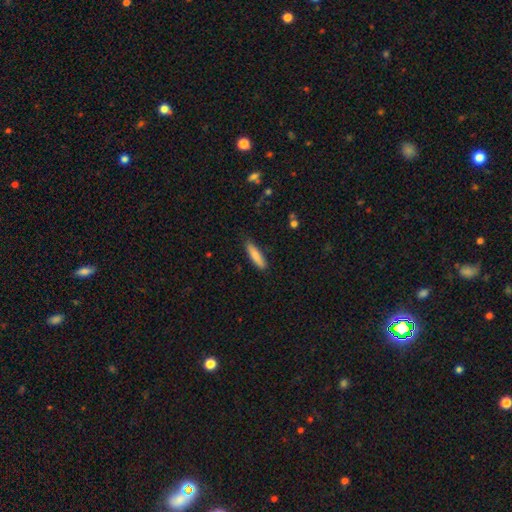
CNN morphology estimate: A smooth galaxy with no disk features (85%) that is cigar-shaped (75%). Merging: none (86%).